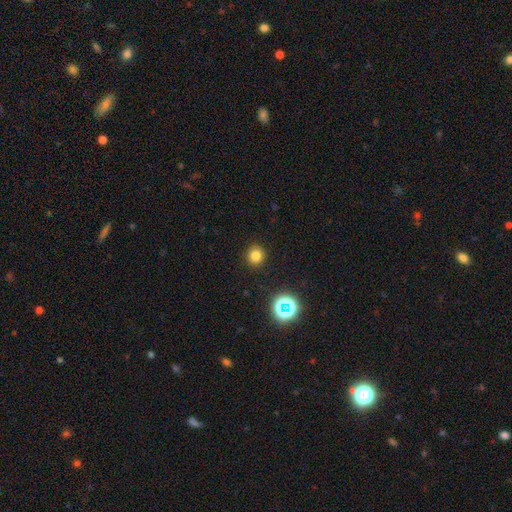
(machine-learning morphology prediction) This appears to be a smooth galaxy with no disk features (78%) that is round (90%). Merging: none (91%).